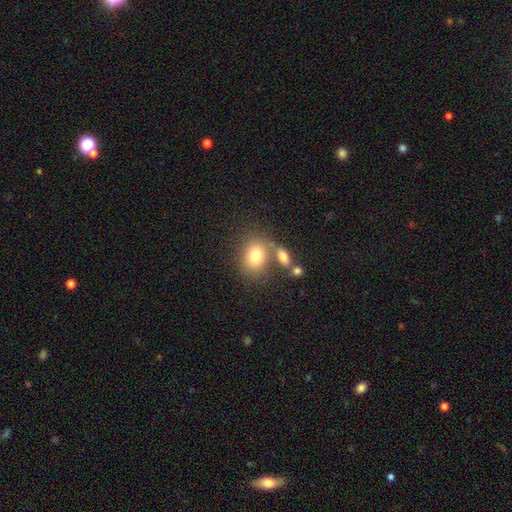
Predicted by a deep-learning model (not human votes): Smooth or featured?
  - smooth: 77% *
  - featured or disk: 13%
  - star or artifact: 10%
How rounded?
  - in between: 50% *
  - round: 49%
  - cigar-shaped: 1%
Merging?
  - none: 52% *
  - merger: 29%
  - minor disturbance: 13%
  - major disturbance: 6%